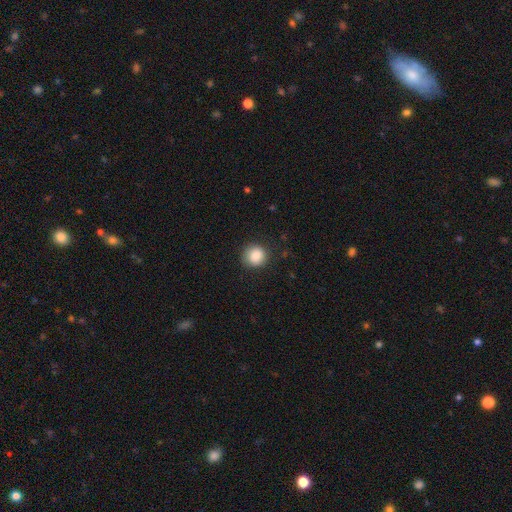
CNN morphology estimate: type=smooth (87%); roundness=round (90%); merging=none (85%).